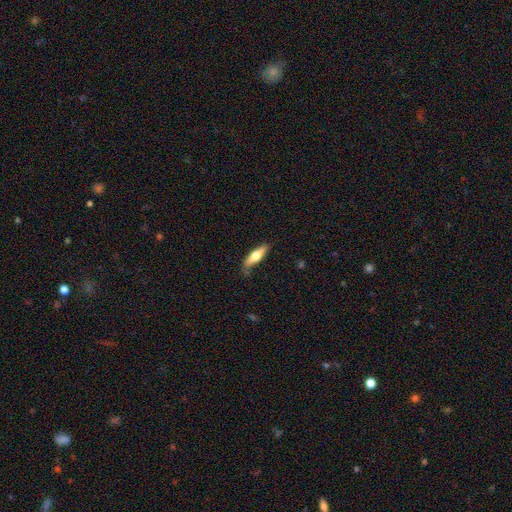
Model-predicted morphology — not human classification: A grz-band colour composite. It shows a smooth galaxy with no disk features (57%) that is cigar-shaped (60%). Merging: none (78%).